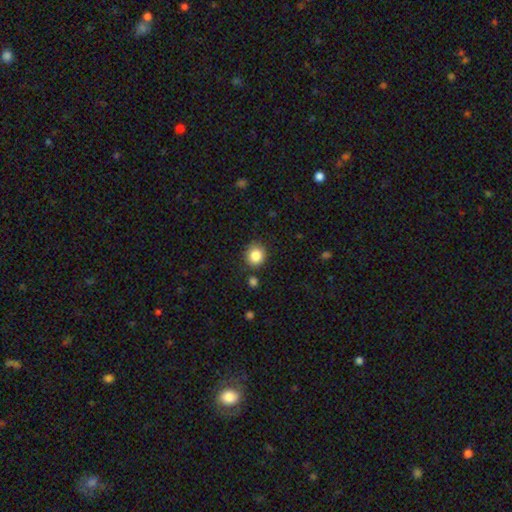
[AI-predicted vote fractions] Q: Smooth or featured?
A: smooth (86%); runner-up: star or artifact (10%)
Q: How rounded?
A: round (84%); runner-up: in between (15%)
Q: Merging?
A: none (84%); runner-up: minor disturbance (10%)